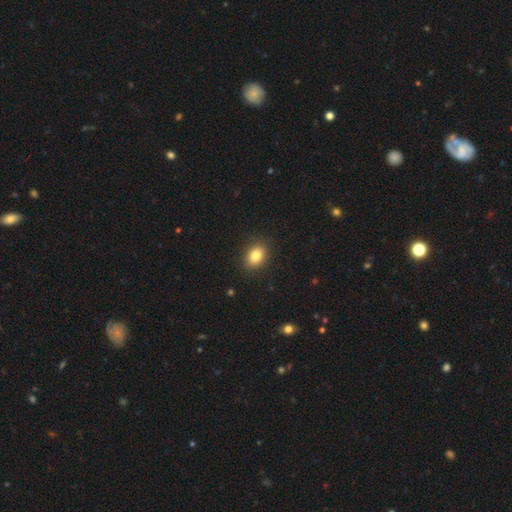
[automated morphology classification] Smooth or featured? smooth (83%)
How rounded? in between (70%)
Merging? none (89%)